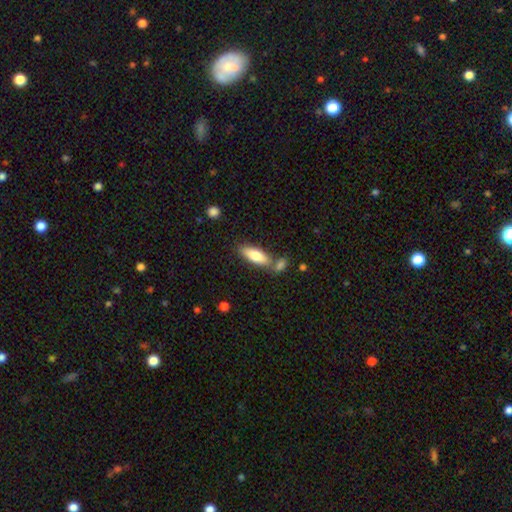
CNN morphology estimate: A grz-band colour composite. It shows a smooth galaxy with no disk features (74%) that is in between round and cigar-shaped (60%). Merging: none (63%).